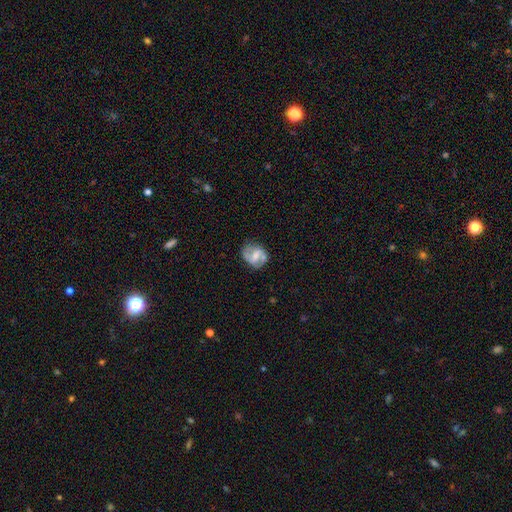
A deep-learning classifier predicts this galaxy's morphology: The model was most divided on "bulge size": moderate: 41%, small: 37%, none: 14%, large: 6%, dominant: 1%. Remaining: edge-on disk — no (97%); spiral arm count — 2 (84%); spiral arms — yes (82%); merging — none (68%); smooth or featured — featured or disk (67%); spiral winding — medium (47%); bar — weak (44%).